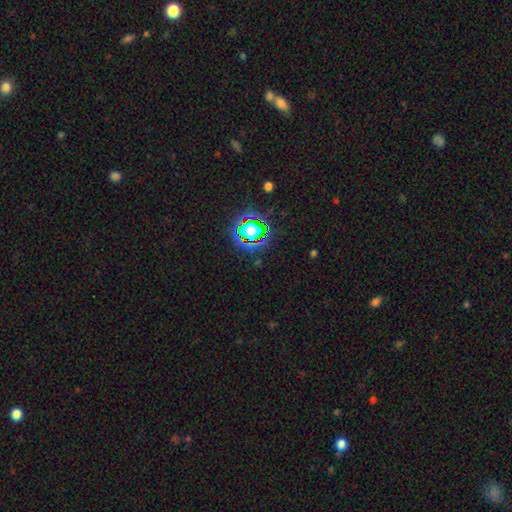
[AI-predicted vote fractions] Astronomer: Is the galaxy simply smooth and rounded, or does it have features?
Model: star or artifact — 77%.